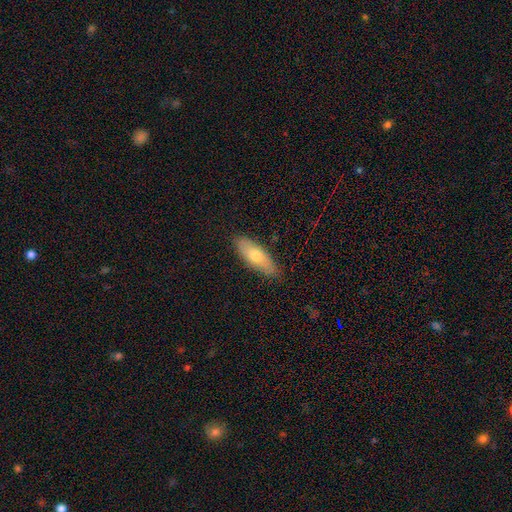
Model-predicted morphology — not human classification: smooth-or-featured: smooth: 67% | featured or disk: 26% | star or artifact: 6%
  how-rounded: in between: 67% | cigar-shaped: 31% | round: 2%
  merging: none: 83% | minor disturbance: 13% | major disturbance: 2% | merger: 1%